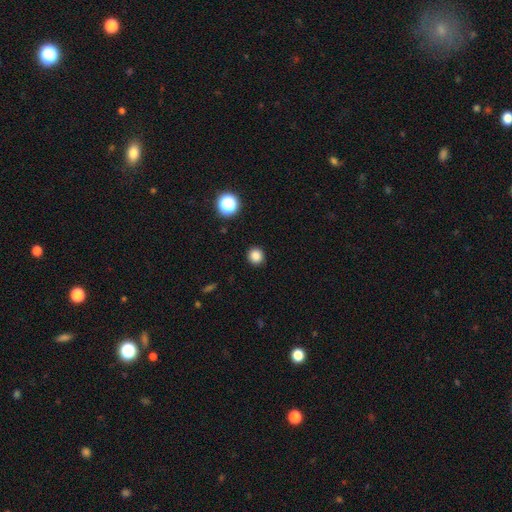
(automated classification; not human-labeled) Smooth or featured? smooth (84%)
How rounded? round (92%)
Merging? none (92%)